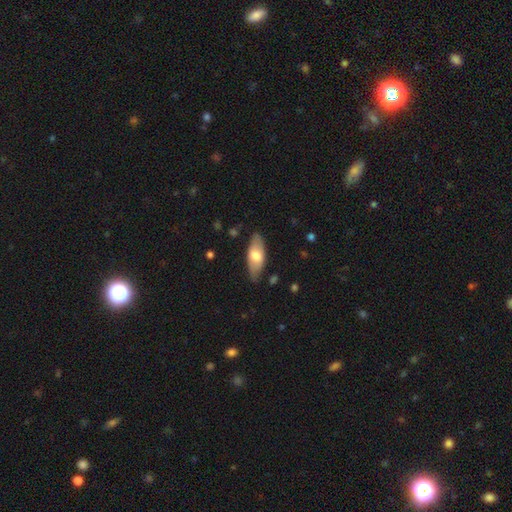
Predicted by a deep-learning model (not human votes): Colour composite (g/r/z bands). It shows a smooth galaxy with no disk features (64%) that is in between round and cigar-shaped (83%). Merging: none (82%).